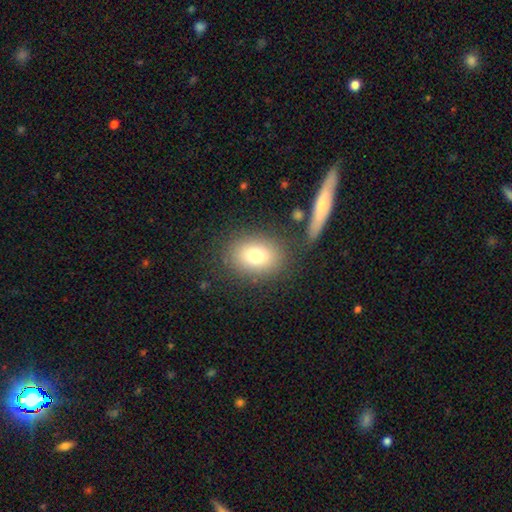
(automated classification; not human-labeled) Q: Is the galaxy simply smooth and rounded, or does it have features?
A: smooth — 76%.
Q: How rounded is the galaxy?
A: in between — 60%.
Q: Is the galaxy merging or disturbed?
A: none — 79%.